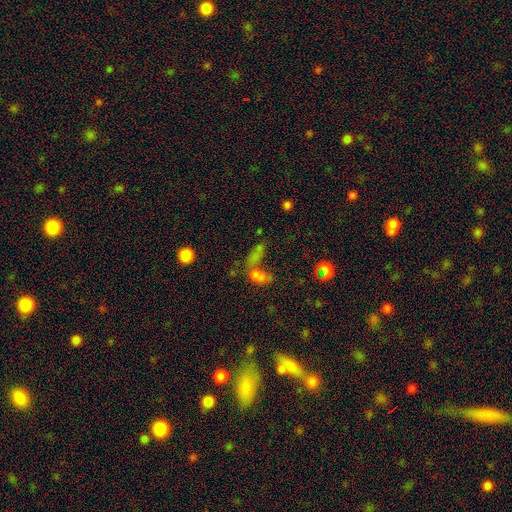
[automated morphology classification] A smooth galaxy with no disk features (60%) that is in between round and cigar-shaped (64%). Merging: merger (50%).